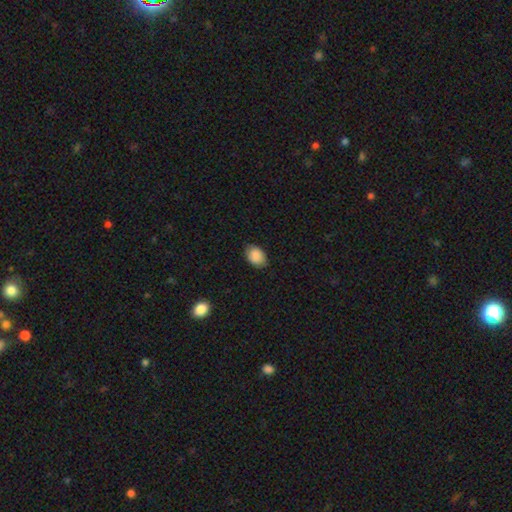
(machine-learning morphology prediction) smooth_or_featured: smooth (p=0.88) [alt: star or artifact p=0.07]
how_rounded: in between (p=0.78) [alt: round p=0.21]
merging: none (p=0.80) [alt: minor disturbance p=0.16]